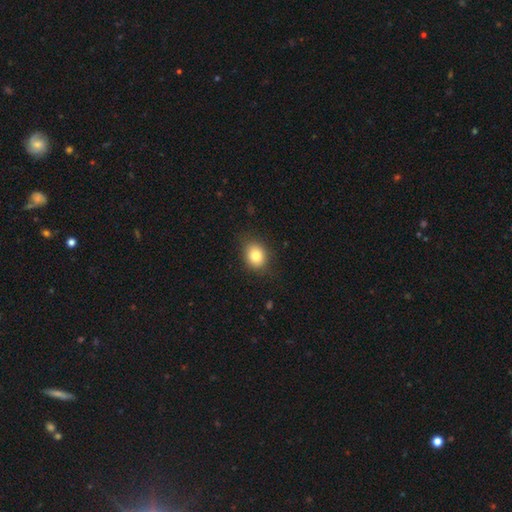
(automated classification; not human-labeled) Smooth or featured?
  - smooth: 82% *
  - star or artifact: 10%
  - featured or disk: 8%
How rounded?
  - round: 51% *
  - in between: 48%
  - cigar-shaped: 1%
Merging?
  - none: 83% *
  - minor disturbance: 13%
  - major disturbance: 3%
  - merger: 1%